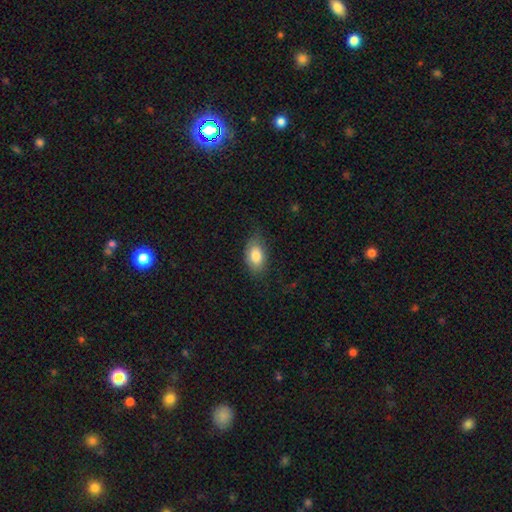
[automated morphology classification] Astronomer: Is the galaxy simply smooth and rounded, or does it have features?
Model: smooth — 81%.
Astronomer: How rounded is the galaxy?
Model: in between — 90%.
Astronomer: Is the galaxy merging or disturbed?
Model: none — 69%.